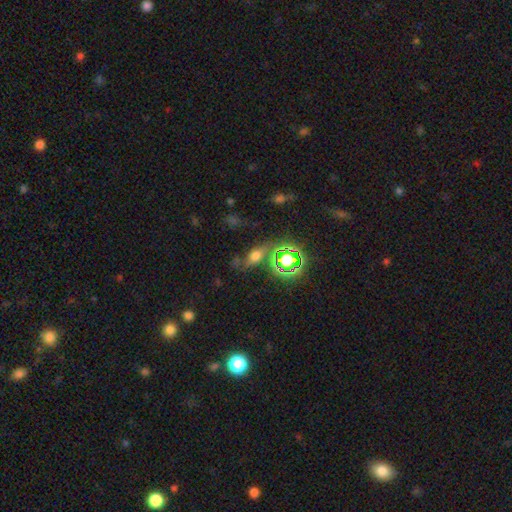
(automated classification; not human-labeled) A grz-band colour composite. It shows a smooth galaxy with no disk features (46%). Merging: none (62%).